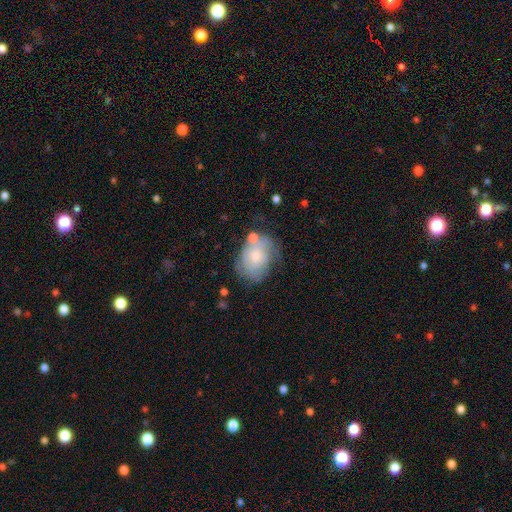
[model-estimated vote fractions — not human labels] Smooth or featured? smooth (55%)
How rounded? in between (68%)
Merging? none (53%)